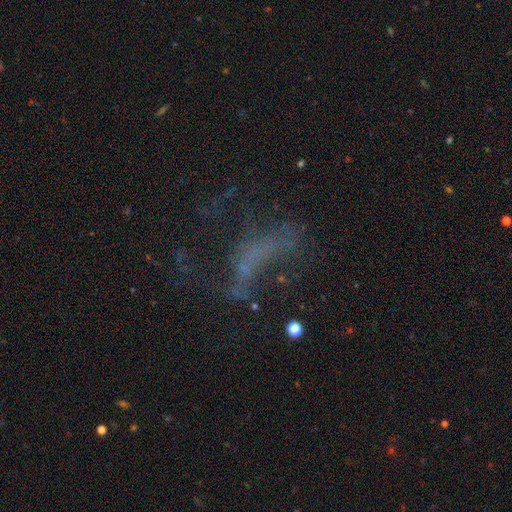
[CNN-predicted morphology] smooth_or_featured: featured or disk (p=0.44) [alt: star or artifact p=0.34]
merging: major disturbance (p=0.42) [alt: none p=0.37]